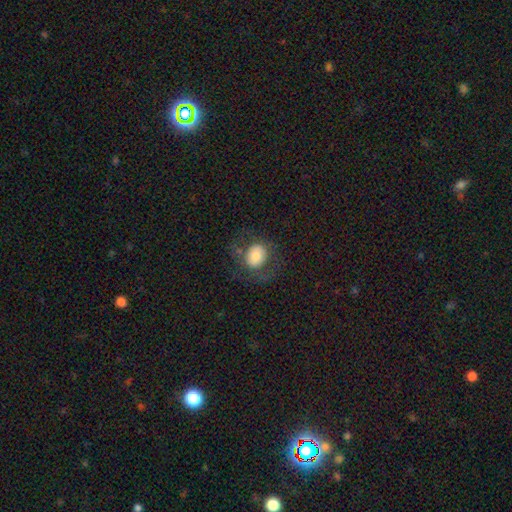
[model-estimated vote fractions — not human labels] Overall: smooth (69%). How rounded: round (63%; in between 36%). Merging: none (66%).